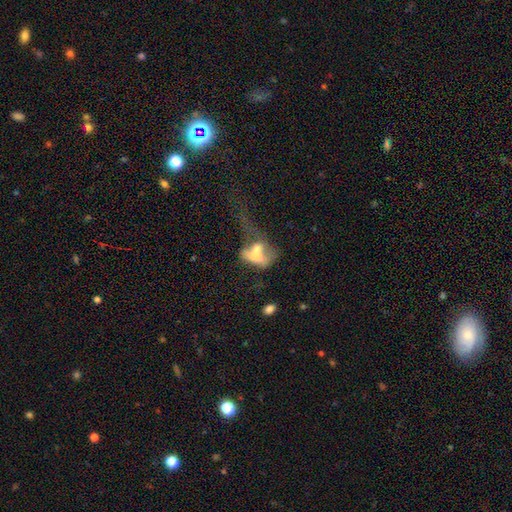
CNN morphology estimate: This is possibly a smooth galaxy (48%). Merging: marginally merger (45%).